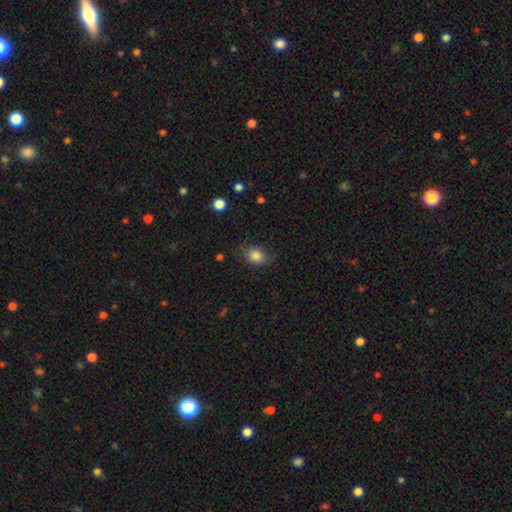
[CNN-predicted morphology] smooth_or_featured: smooth (p=0.84) [alt: star or artifact p=0.10]
how_rounded: in between (p=0.65) [alt: round p=0.34]
merging: none (p=0.73) [alt: minor disturbance p=0.20]